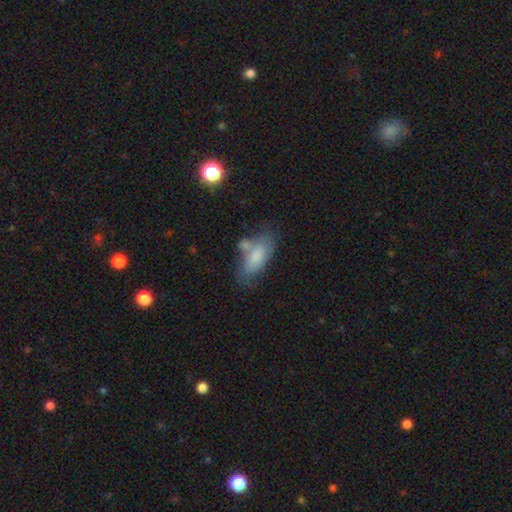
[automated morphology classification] A smooth galaxy with no disk features (74%) that is in between round and cigar-shaped (84%).

Vote fractions:
- Smooth or featured? smooth: 74% / featured or disk: 18% / star or artifact: 8%
- How rounded? in between: 84% / cigar-shaped: 12% / round: 3%
- Merging? none: 44% / minor disturbance: 23% / merger: 22% / major disturbance: 11%